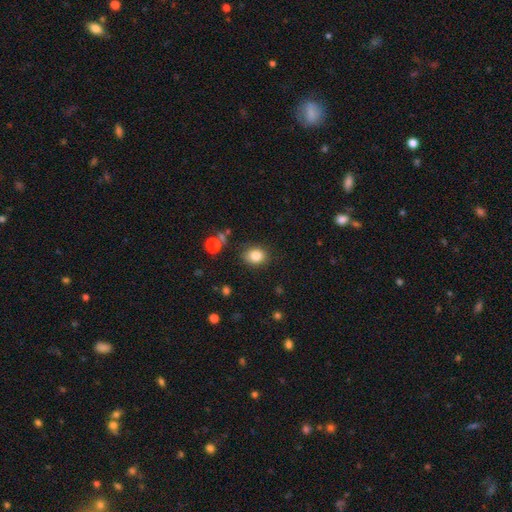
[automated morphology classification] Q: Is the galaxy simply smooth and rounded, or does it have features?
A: smooth — 83%.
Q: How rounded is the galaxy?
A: round — 52%.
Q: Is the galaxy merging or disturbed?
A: none — 85%.